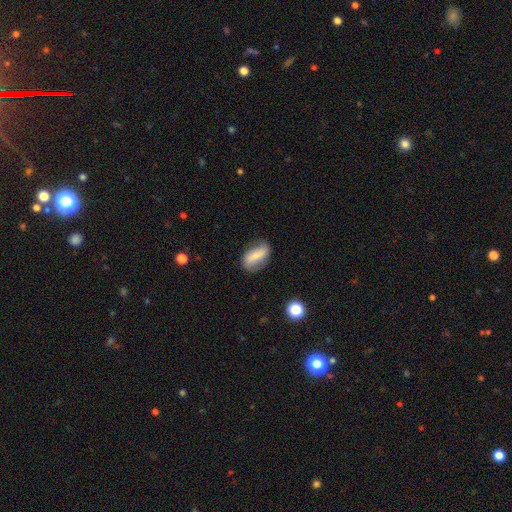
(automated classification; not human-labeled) Smooth or featured? Predicted: smooth (p=0.56). How rounded? Predicted: in between (p=0.84). Merging? Predicted: none (p=0.74).